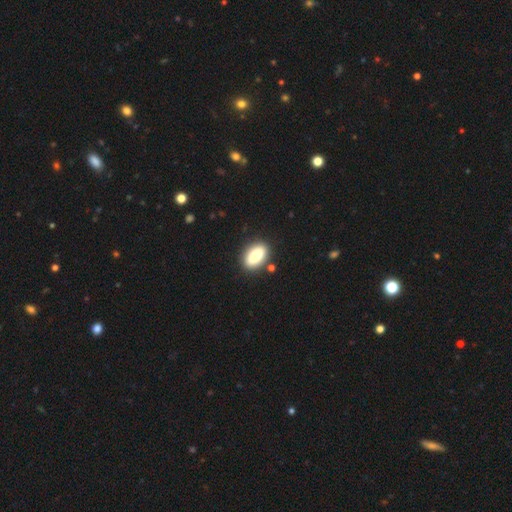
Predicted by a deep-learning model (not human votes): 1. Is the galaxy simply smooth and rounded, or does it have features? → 80% smooth, 12% featured or disk, 8% star or artifact.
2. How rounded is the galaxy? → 87% in between, 8% round, 5% cigar-shaped.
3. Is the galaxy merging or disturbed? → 85% none, 9% minor disturbance, 3% merger, 3% major disturbance.